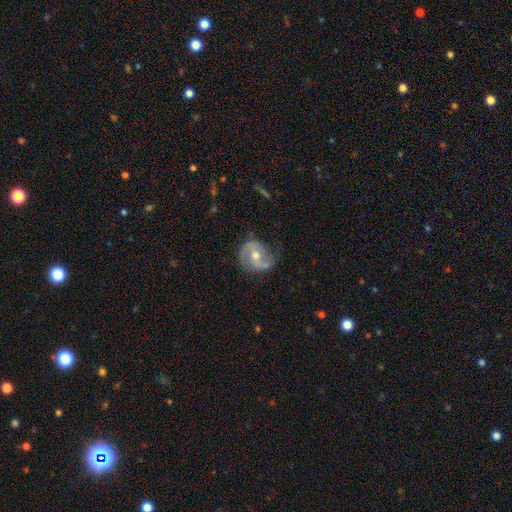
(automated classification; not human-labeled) Smooth or featured?
  - featured or disk: 85% *
  - smooth: 10%
  - star or artifact: 6%
Edge-on disk?
  - no: 98% *
  - yes: 2%
Bar?
  - no: 47% *
  - weak: 38%
  - strong: 15%
Spiral arms?
  - yes: 95% *
  - no: 5%
Spiral winding?
  - medium: 50% *
  - loose: 29%
  - tight: 21%
Spiral arm count?
  - 2: 89% *
  - can't tell: 4%
  - 1: 3%
  - 3: 2%
  - 4: 1%
  - more than 4: 1%
Bulge size?
  - moderate: 67% *
  - small: 28%
  - large: 3%
  - none: 1%
  - dominant: 1%
Merging?
  - none: 73% *
  - minor disturbance: 19%
  - major disturbance: 6%
  - merger: 1%